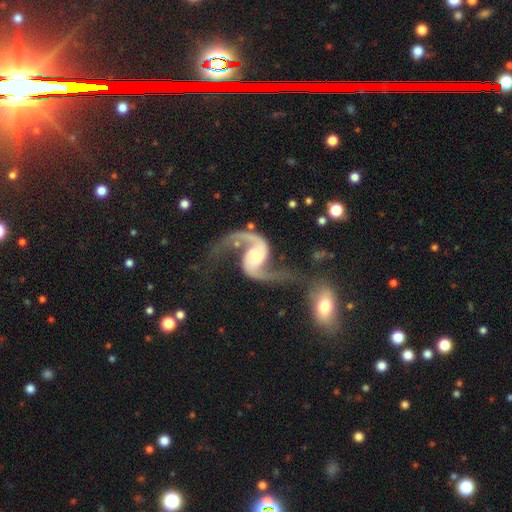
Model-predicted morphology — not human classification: The model was most divided on "bar": no: 44%, weak: 39%, strong: 18%. Remaining: spiral arms — yes (98%); edge-on disk — no (98%); spiral arm count — 2 (94%); smooth or featured — featured or disk (94%); spiral winding — loose (78%); merging — none (61%); bulge size — moderate (48%).